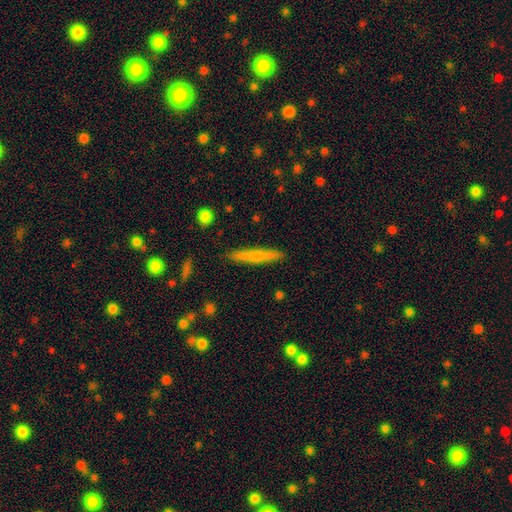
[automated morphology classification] smooth-or-featured: smooth: 68% | featured or disk: 26% | star or artifact: 6%
  how-rounded: cigar-shaped: 95% | in between: 4% | round: 1%
  merging: none: 89% | minor disturbance: 7% | major disturbance: 2% | merger: 1%